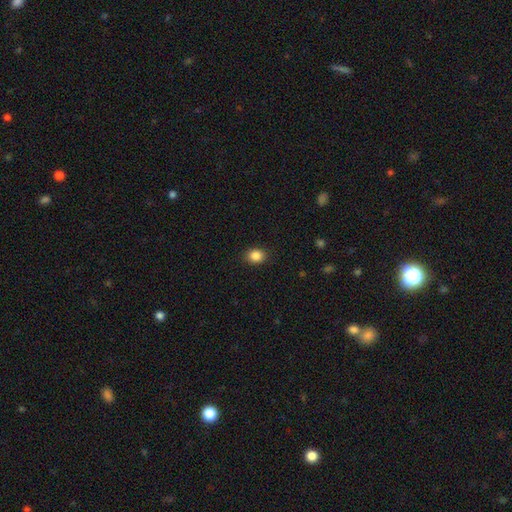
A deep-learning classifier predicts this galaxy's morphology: smooth_or_featured: smooth (p=0.86) [alt: star or artifact p=0.10]
how_rounded: round (p=0.51) [alt: in between p=0.48]
merging: none (p=0.89) [alt: minor disturbance p=0.08]